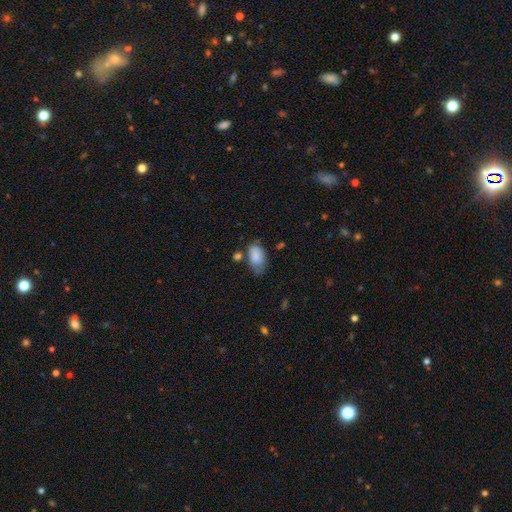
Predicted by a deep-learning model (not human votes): This is clearly a smooth galaxy (81%). How rounded: clearly in between (92%). Merging: marginally none (43%).